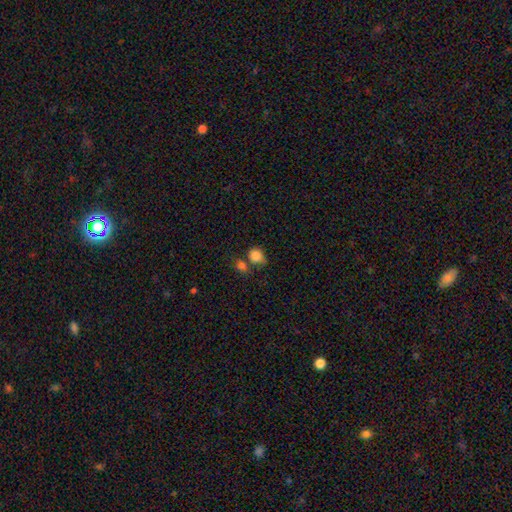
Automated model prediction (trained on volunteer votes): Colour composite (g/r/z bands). It shows a smooth galaxy with no disk features (84%) that is round (69%). Merging: none (47%).